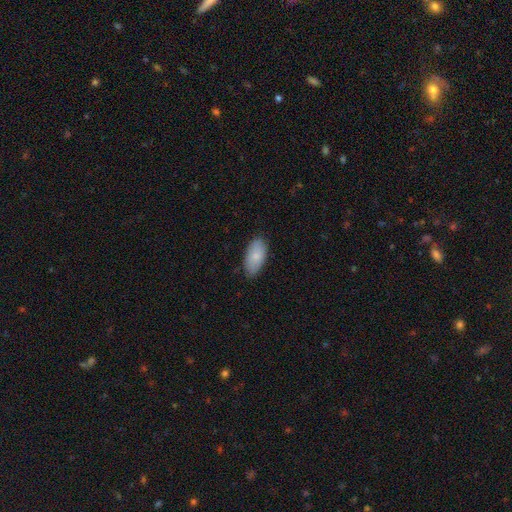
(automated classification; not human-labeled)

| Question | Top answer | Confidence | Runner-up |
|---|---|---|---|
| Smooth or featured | smooth | 81% | featured or disk (13%) |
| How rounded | in between | 94% | cigar-shaped (4%) |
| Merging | none | 82% | minor disturbance (14%) |